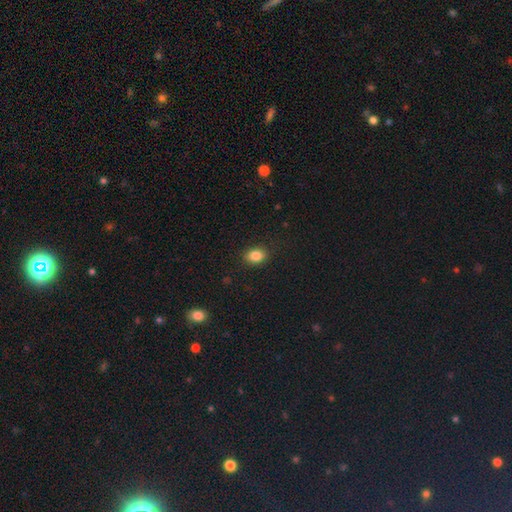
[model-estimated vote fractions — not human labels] Smooth or featured: smooth — 85% (star or artifact — 10%)
How rounded: in between — 64% (round — 35%)
Merging: none — 87% (minor disturbance — 10%)